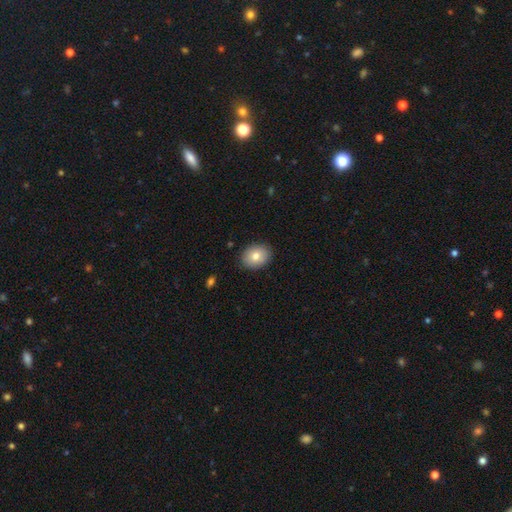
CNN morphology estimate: type=smooth (80%); roundness=in between (53%); merging=none (89%).